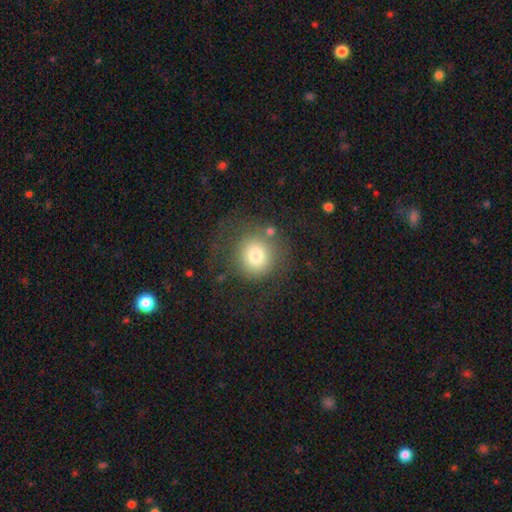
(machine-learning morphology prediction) Smooth or featured?
  - smooth: 74% *
  - featured or disk: 15%
  - star or artifact: 10%
How rounded?
  - round: 91% *
  - in between: 8%
  - cigar-shaped: 1%
Merging?
  - none: 65% *
  - major disturbance: 16%
  - minor disturbance: 15%
  - merger: 4%